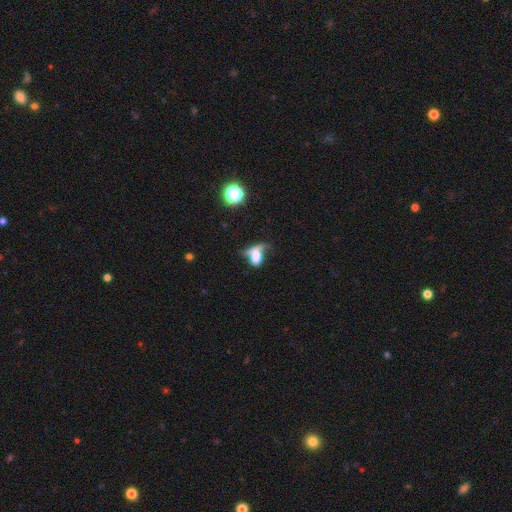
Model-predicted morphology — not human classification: The model was most divided on "smooth or featured": smooth: 54%, featured or disk: 33%, star or artifact: 13%. Remaining: how rounded — in between (74%); merging — major disturbance (44%).